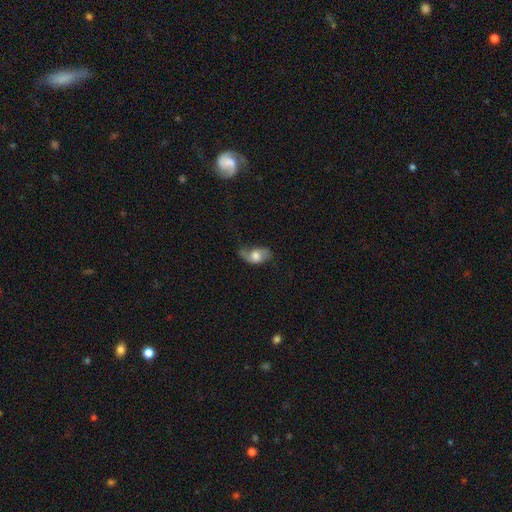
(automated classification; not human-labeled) Smooth or featured? smooth (55%)
How rounded? in between (87%)
Merging? none (36%)